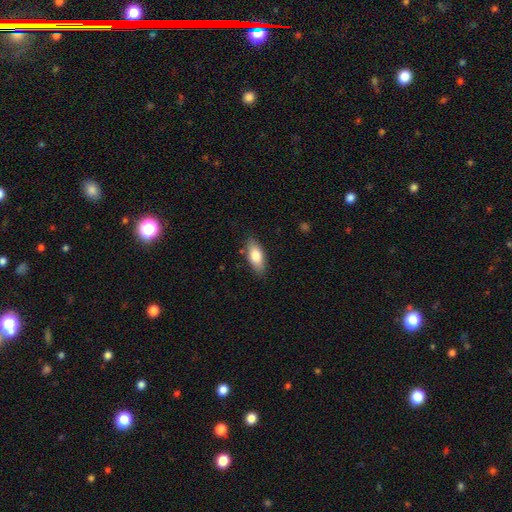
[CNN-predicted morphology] A smooth galaxy with no disk features (79%) that is in between round and cigar-shaped (82%). Merging: none (84%).